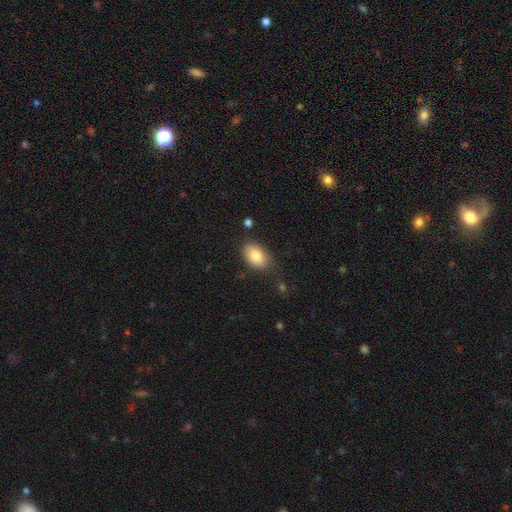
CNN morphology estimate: Smooth or featured?
  - smooth: 84% *
  - featured or disk: 9%
  - star or artifact: 7%
How rounded?
  - in between: 90% *
  - round: 8%
  - cigar-shaped: 1%
Merging?
  - none: 75% *
  - minor disturbance: 18%
  - major disturbance: 4%
  - merger: 3%